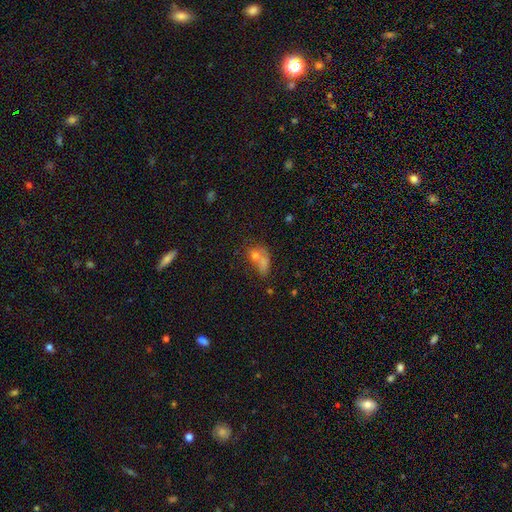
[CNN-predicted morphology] Q: Smooth or featured?
A: smooth (59%); runner-up: featured or disk (22%)
Q: How rounded?
A: in between (55%); runner-up: round (38%)
Q: Merging?
A: merger (51%); runner-up: none (28%)